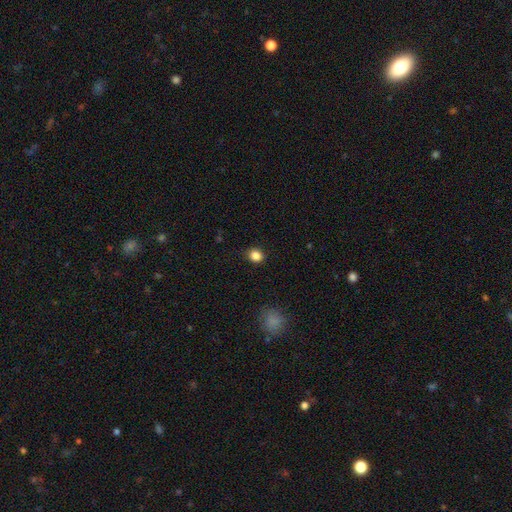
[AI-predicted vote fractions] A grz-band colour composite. It shows a smooth galaxy with no disk features (85%) that is round (77%). Merging: none (88%).